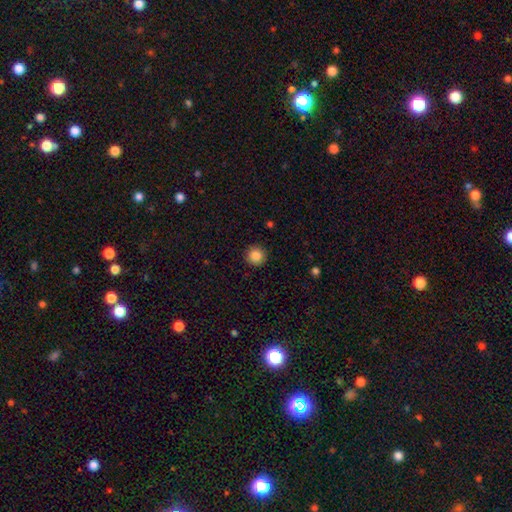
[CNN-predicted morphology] Q: Smooth or featured?
A: smooth (86%); runner-up: star or artifact (10%)
Q: How rounded?
A: round (96%); runner-up: in between (3%)
Q: Merging?
A: none (92%); runner-up: minor disturbance (5%)